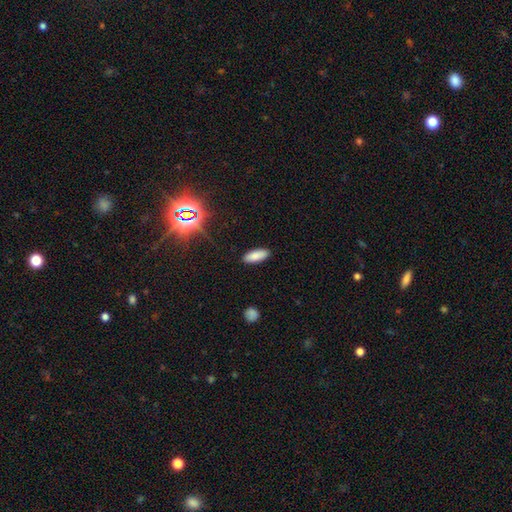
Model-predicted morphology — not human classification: Smooth or featured?
  - smooth: 84% *
  - star or artifact: 10%
  - featured or disk: 6%
How rounded?
  - in between: 74% *
  - cigar-shaped: 24%
  - round: 2%
Merging?
  - none: 89% *
  - minor disturbance: 8%
  - major disturbance: 2%
  - merger: 1%